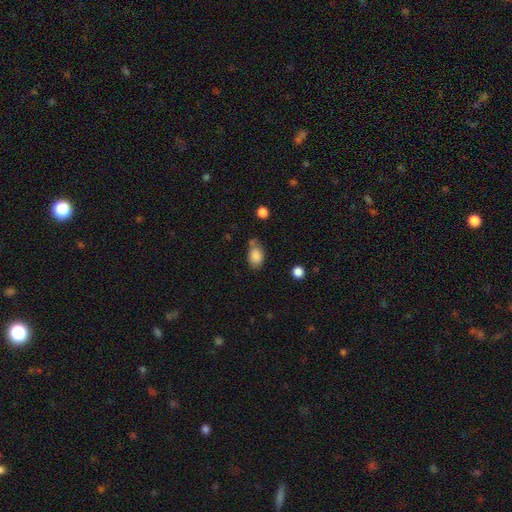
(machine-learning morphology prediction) This appears to be a smooth galaxy with no disk features (85%) that is in between round and cigar-shaped (80%). Merging: none (56%).